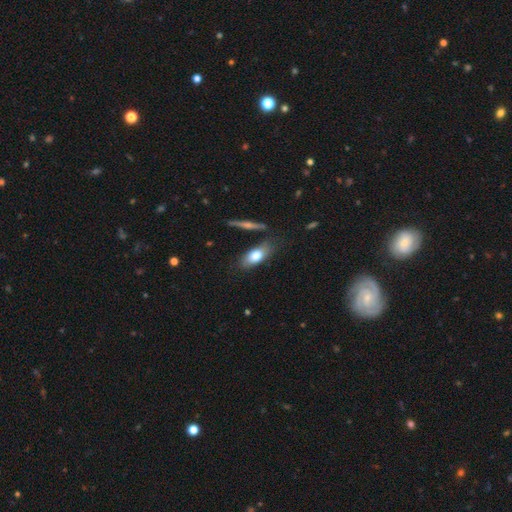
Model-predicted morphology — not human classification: smooth_or_featured: smooth (p=0.71) [alt: featured or disk p=0.22]
how_rounded: in between (p=0.80) [alt: cigar-shaped p=0.15]
merging: none (p=0.72) [alt: minor disturbance p=0.18]